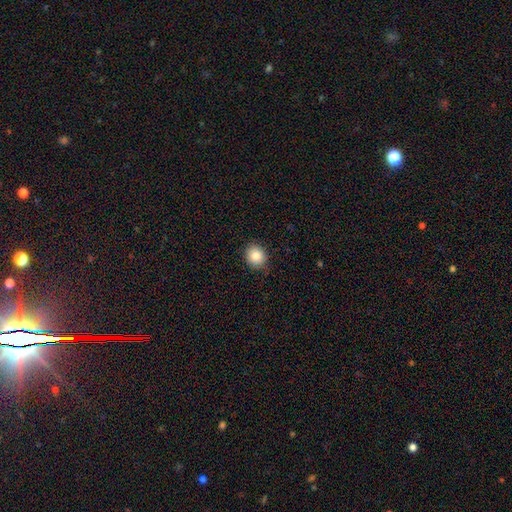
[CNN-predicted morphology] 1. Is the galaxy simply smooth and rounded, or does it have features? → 85% smooth, 9% star or artifact, 5% featured or disk.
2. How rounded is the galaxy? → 75% round, 24% in between, 1% cigar-shaped.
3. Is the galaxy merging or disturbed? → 88% none, 9% minor disturbance, 2% major disturbance, 1% merger.